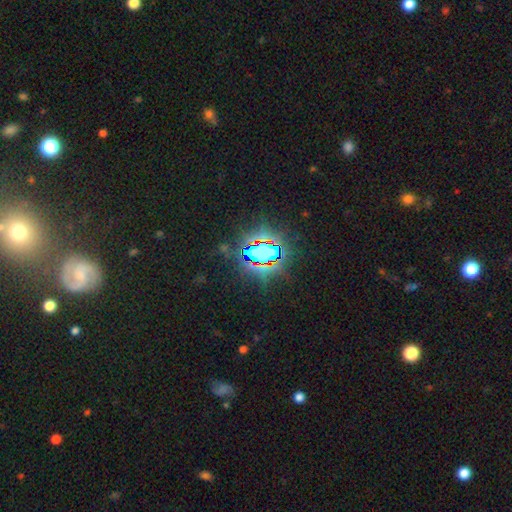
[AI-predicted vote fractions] The model was most divided on "smooth or featured": star or artifact: 79%, smooth: 11%, featured or disk: 10%.